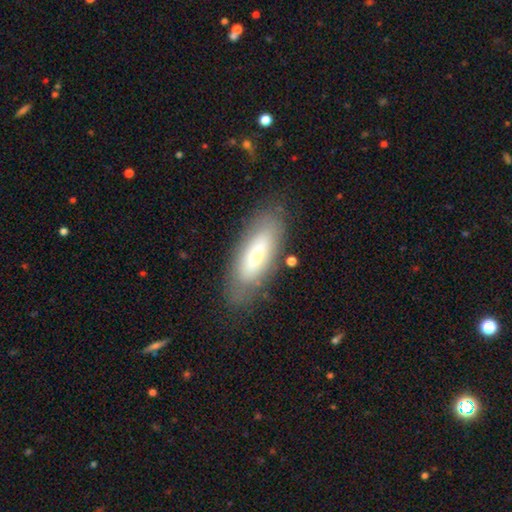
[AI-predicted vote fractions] A smooth galaxy with no disk features (59%) that is in between round and cigar-shaped (72%).

Vote fractions:
- Smooth or featured? smooth: 59% / featured or disk: 33% / star or artifact: 8%
- How rounded? in between: 72% / cigar-shaped: 26% / round: 2%
- Merging? none: 78% / minor disturbance: 15% / major disturbance: 6% / merger: 2%